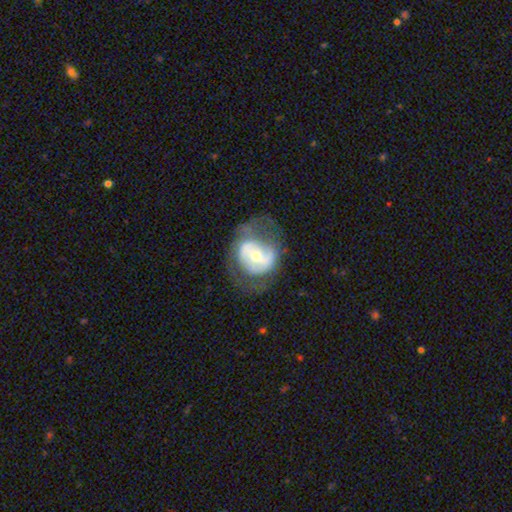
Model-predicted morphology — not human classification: Smooth or featured: featured or disk — 71% (smooth — 22%)
Edge-on disk: no — 97% (yes — 3%)
Bar: no — 43% (weak — 34%)
Spiral arms: yes — 73% (no — 27%)
Spiral winding: medium — 44% (loose — 28%)
Spiral arm count: 2 — 72% (can't tell — 17%)
Bulge size: moderate — 49% (small — 45%)
Merging: none — 53% (major disturbance — 23%)